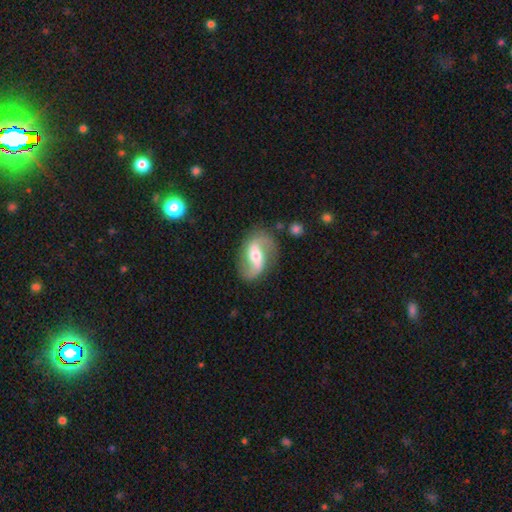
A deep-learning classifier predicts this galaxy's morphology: Smooth or featured?
  - featured or disk: 83% *
  - smooth: 11%
  - star or artifact: 5%
Edge-on disk?
  - no: 96% *
  - yes: 4%
Bar?
  - strong: 38% *
  - weak: 36%
  - no: 26%
Spiral arms?
  - yes: 93% *
  - no: 7%
Spiral winding?
  - loose: 65% *
  - medium: 27%
  - tight: 7%
Spiral arm count?
  - 2: 91% *
  - 1: 3%
  - can't tell: 3%
  - 3: 1%
  - 4: 1%
  - more than 4: 1%
Bulge size?
  - moderate: 60% *
  - small: 29%
  - large: 8%
  - none: 2%
  - dominant: 1%
Merging?
  - none: 78% *
  - minor disturbance: 13%
  - major disturbance: 6%
  - merger: 2%